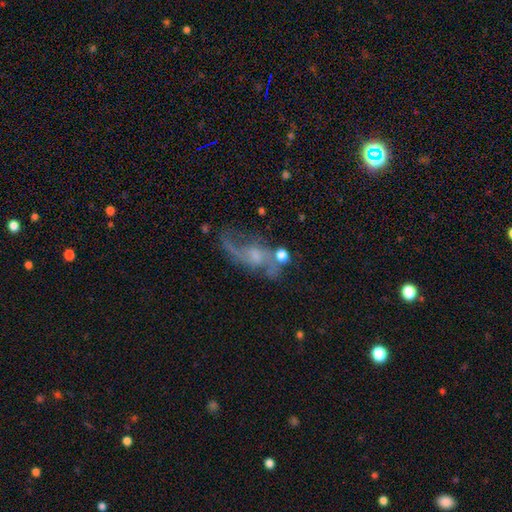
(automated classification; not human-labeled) A featured or disk galaxy (72%) with no bar (60%), 2 (68%) loose (70%) spiral arms (84%) and a small central bulge (43%). Merging: none (46%).